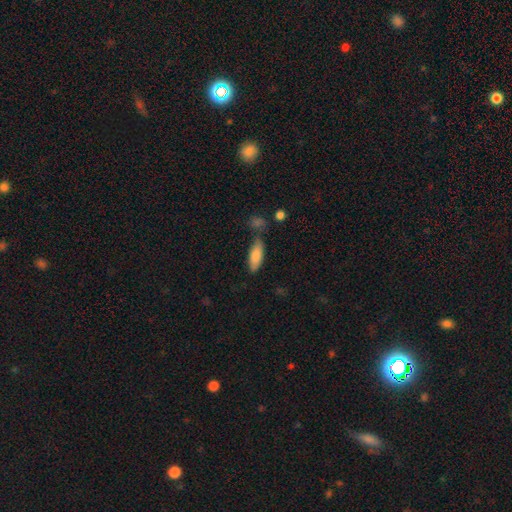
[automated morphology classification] type=smooth (82%); roundness=in between (70%); merging=none (68%).